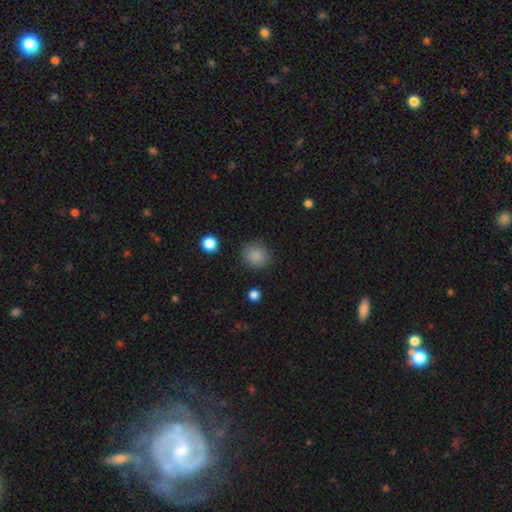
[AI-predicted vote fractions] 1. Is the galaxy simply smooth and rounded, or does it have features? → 87% smooth, 10% star or artifact, 3% featured or disk.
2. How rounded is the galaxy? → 86% round, 13% in between, 1% cigar-shaped.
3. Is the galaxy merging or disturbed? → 86% none, 9% minor disturbance, 3% major disturbance, 1% merger.